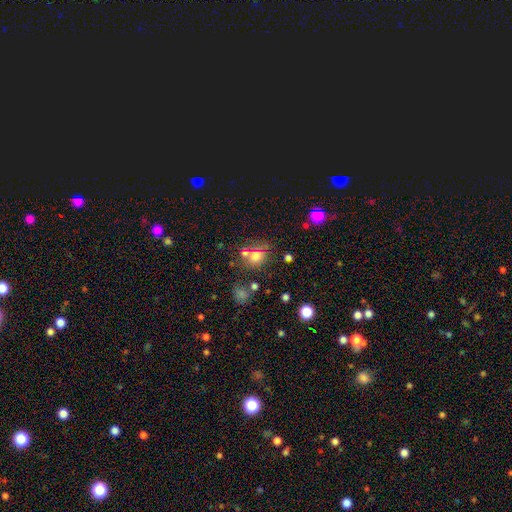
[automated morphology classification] Smooth or featured? Predicted: smooth (p=0.67). How rounded? Predicted: round (p=0.68). Merging? Predicted: none (p=0.59).